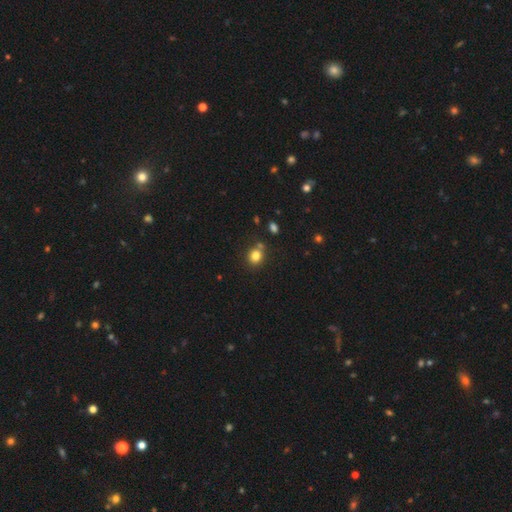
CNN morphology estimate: Smooth or featured? smooth (81%)
How rounded? round (77%)
Merging? none (72%)